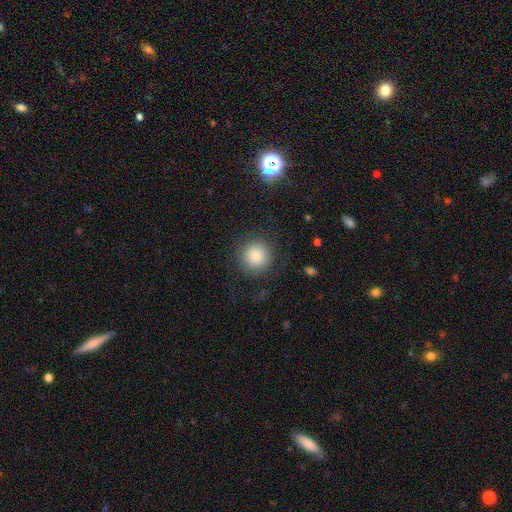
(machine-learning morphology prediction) smooth 82%, star or artifact 10%, featured or disk 8%. Down the decision tree: how rounded — round (94%); merging — none (84%).